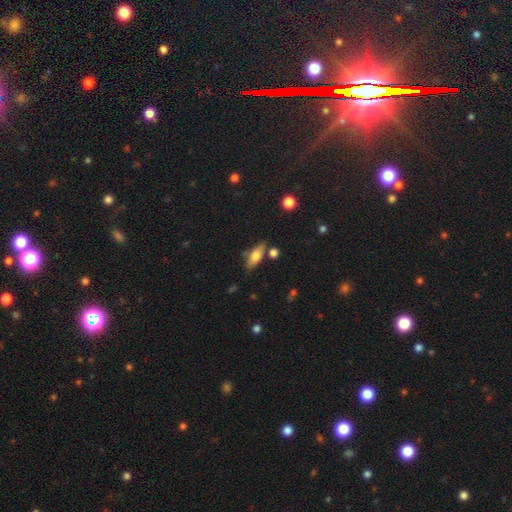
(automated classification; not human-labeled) This is likely a smooth galaxy (62%). How rounded: likely in between (64%). Merging: likely none (73%).